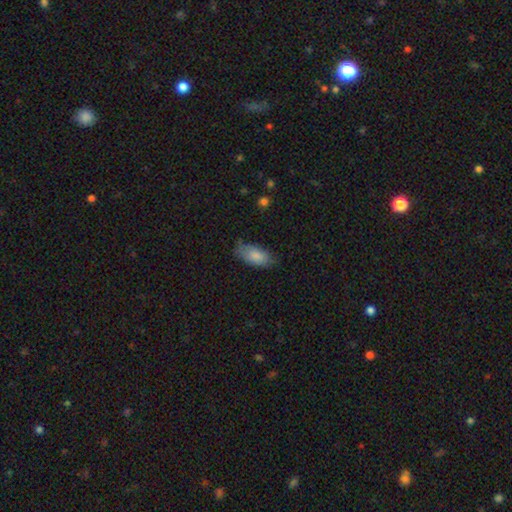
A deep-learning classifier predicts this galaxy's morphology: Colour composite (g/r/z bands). It shows a smooth galaxy with no disk features (83%) that is in between round and cigar-shaped (91%). Merging: none (69%).